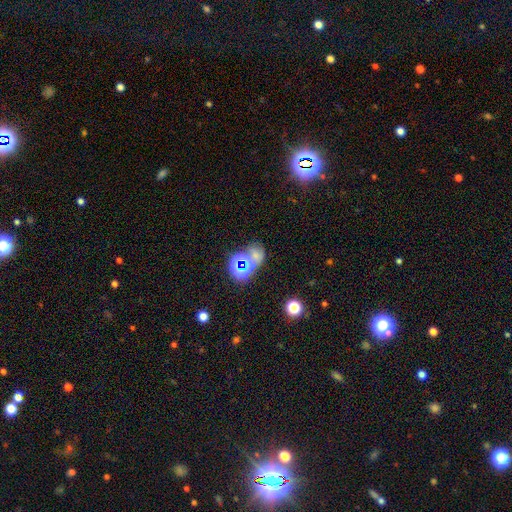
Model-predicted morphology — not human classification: Overall: star or artifact (45%; smooth 40%).